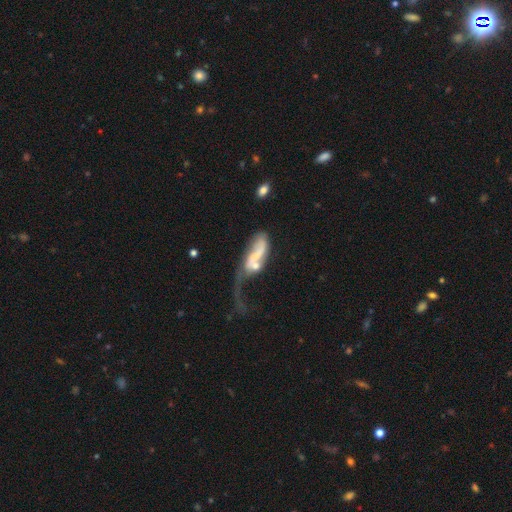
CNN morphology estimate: A featured or disk galaxy (58%) with no bar (48%), spiral arms (63%) and a small central bulge (37%). Merging: major disturbance (46%).